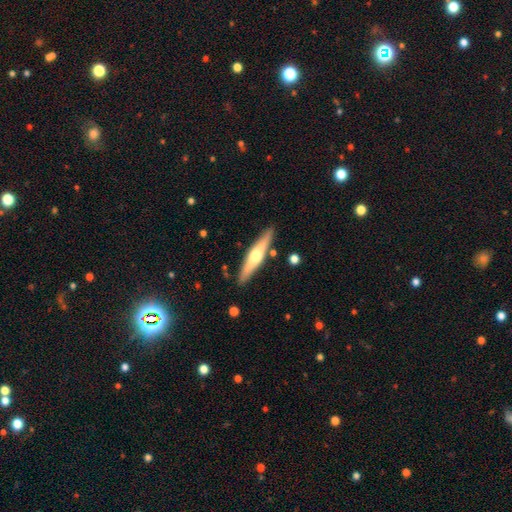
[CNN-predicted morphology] type=featured or disk (57%); edge-on=yes (95%); edge-on bulge=rounded (90%); merging=none (87%).